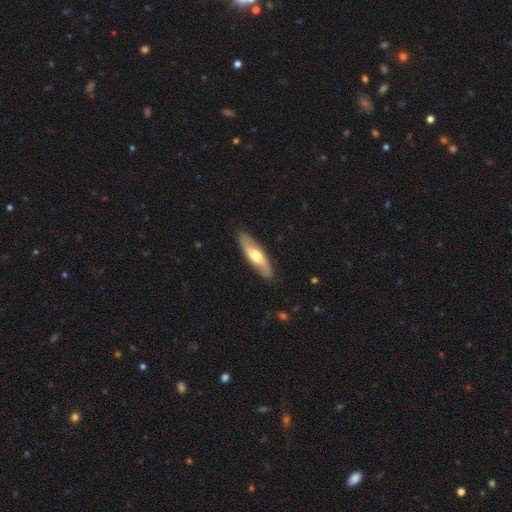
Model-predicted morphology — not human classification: Smooth or featured? featured or disk (48%)
Merging? none (87%)